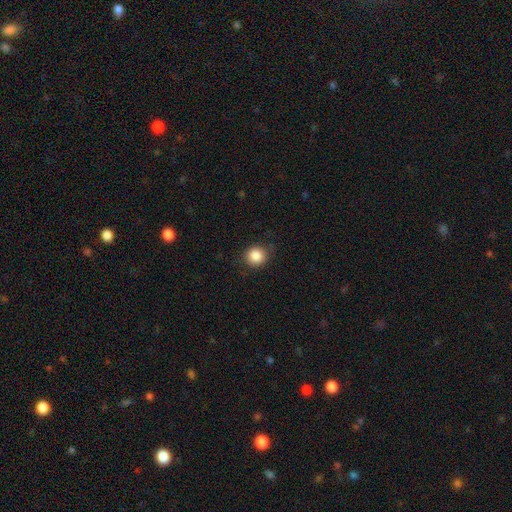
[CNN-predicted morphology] smooth 87%, star or artifact 9%, featured or disk 4%. Down the decision tree: how rounded — round (89%); merging — none (87%).